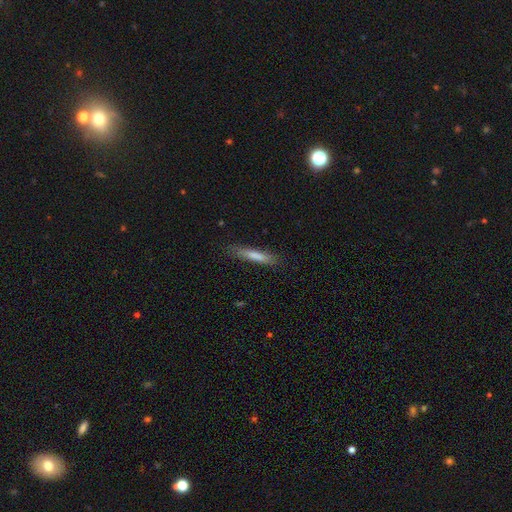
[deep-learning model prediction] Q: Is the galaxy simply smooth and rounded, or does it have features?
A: smooth — 76%.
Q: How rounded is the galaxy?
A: cigar-shaped — 88%.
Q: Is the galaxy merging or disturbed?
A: none — 80%.